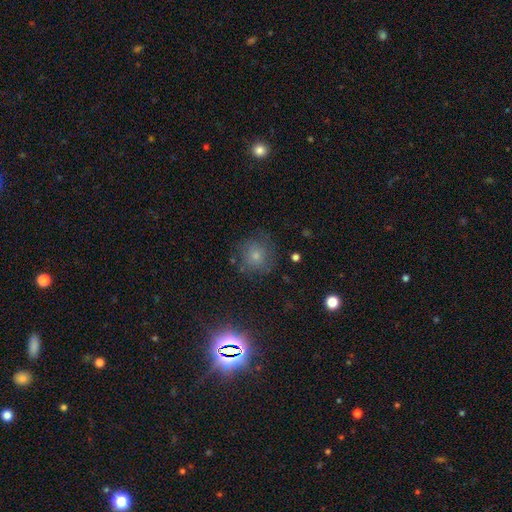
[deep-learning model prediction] Smooth or featured: smooth — 42% (star or artifact — 37%)
Merging: none — 80% (minor disturbance — 13%)